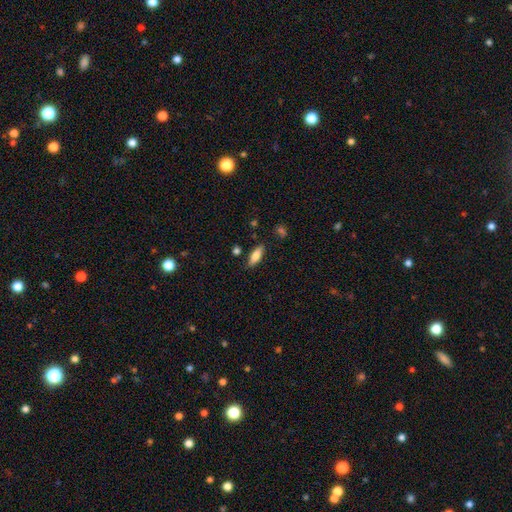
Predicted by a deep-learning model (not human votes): smooth-or-featured: smooth: 77% | featured or disk: 17% | star or artifact: 7%
  how-rounded: in between: 67% | cigar-shaped: 31% | round: 2%
  merging: none: 83% | minor disturbance: 12% | merger: 3% | major disturbance: 3%